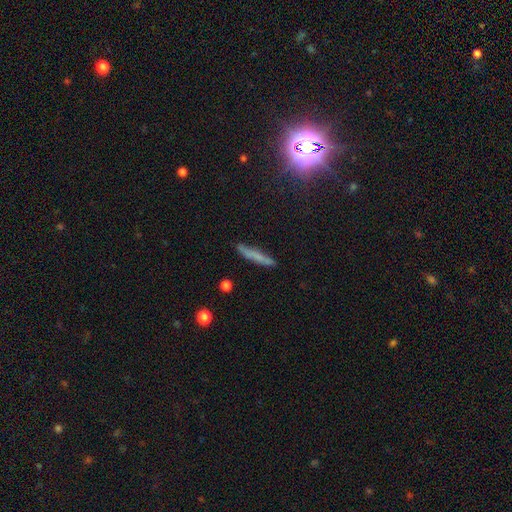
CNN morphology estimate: smooth-or-featured: smooth: 65% | featured or disk: 26% | star or artifact: 9%
  how-rounded: cigar-shaped: 92% | in between: 6% | round: 2%
  merging: none: 84% | minor disturbance: 12% | major disturbance: 3% | merger: 2%